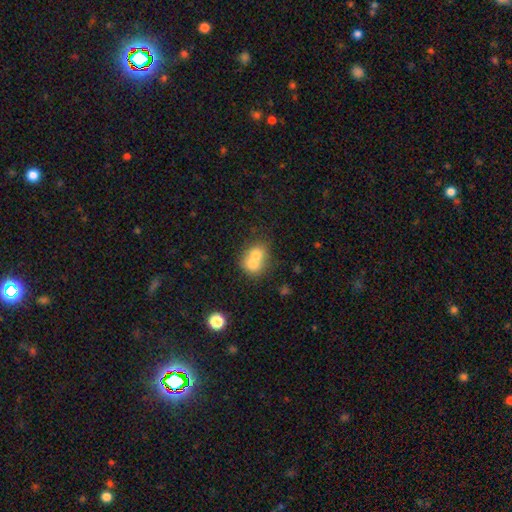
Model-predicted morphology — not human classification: The model was most divided on "how rounded": round: 65%, in between: 34%, cigar-shaped: 1%. More confident: merging — merger (71%); smooth or featured — smooth (68%).